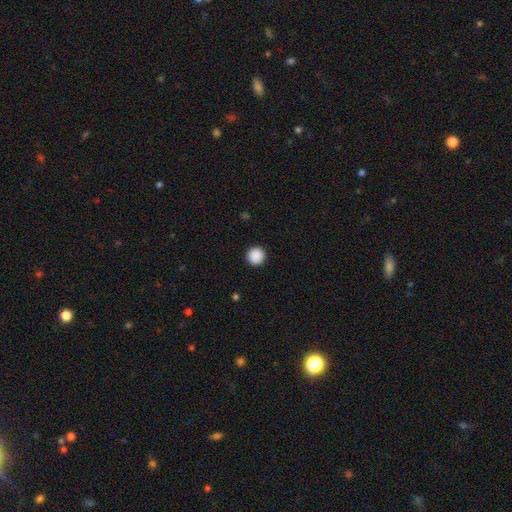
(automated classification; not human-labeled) smooth_or_featured: smooth (p=0.89) [alt: star or artifact p=0.09]
how_rounded: round (p=0.96) [alt: in between p=0.03]
merging: none (p=0.93) [alt: minor disturbance p=0.04]